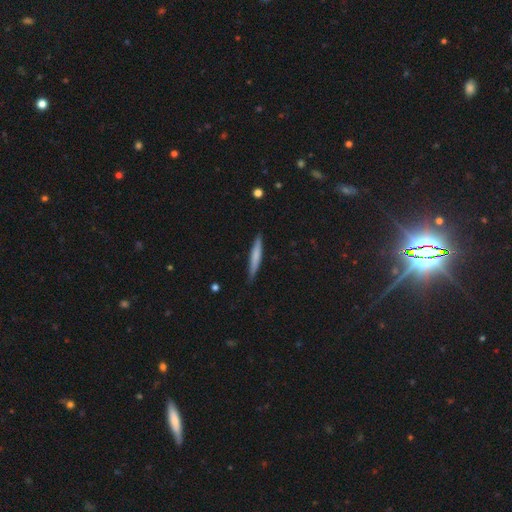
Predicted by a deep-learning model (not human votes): Morphology: type=smooth (67%); roundness=cigar-shaped (94%); merging=none (85%).